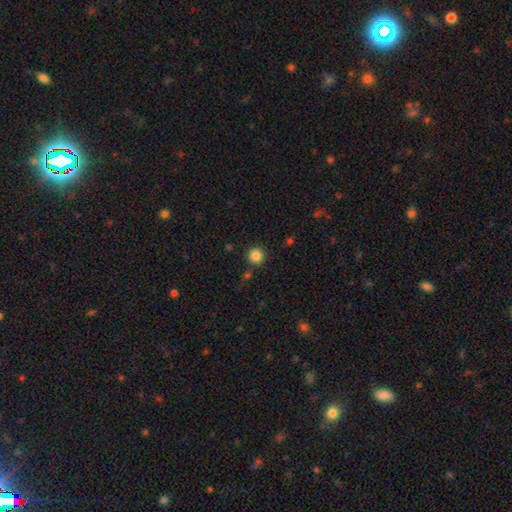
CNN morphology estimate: Smooth or featured: smooth — 85% (star or artifact — 11%)
How rounded: round — 94% (in between — 5%)
Merging: none — 85% (minor disturbance — 8%)